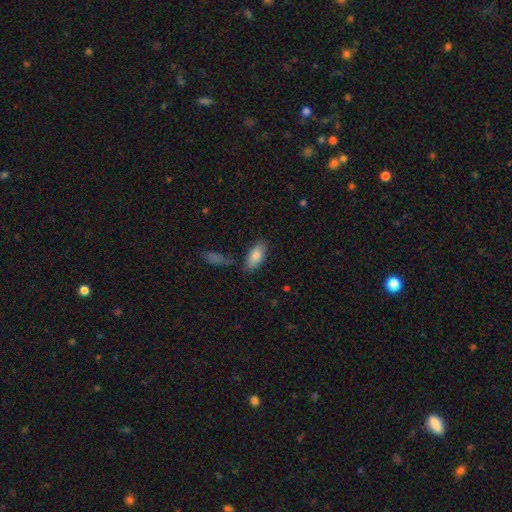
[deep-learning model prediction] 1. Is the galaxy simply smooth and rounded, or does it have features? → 83% smooth, 10% featured or disk, 7% star or artifact.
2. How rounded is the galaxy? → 90% in between, 7% cigar-shaped, 2% round.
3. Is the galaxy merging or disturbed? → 76% none, 14% minor disturbance, 6% merger, 3% major disturbance.